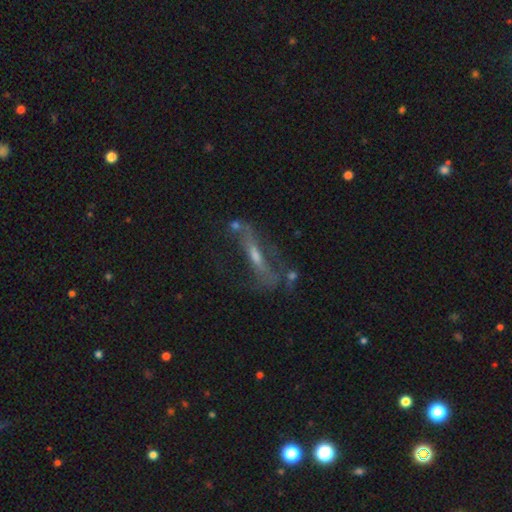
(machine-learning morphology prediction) featured or disk 67%, smooth 22%, star or artifact 11%. Down the decision tree: edge-on disk — yes (52%); merging — none (47%).